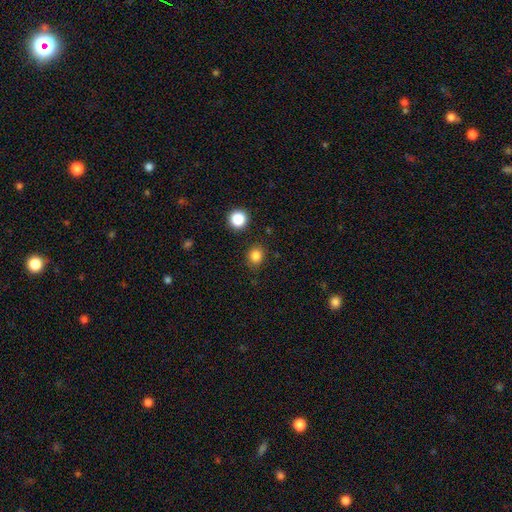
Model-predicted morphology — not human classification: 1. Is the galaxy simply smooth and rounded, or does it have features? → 83% smooth, 13% star or artifact, 4% featured or disk.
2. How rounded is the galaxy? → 75% round, 25% in between, 1% cigar-shaped.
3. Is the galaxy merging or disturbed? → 85% none, 9% minor disturbance, 3% major disturbance, 2% merger.